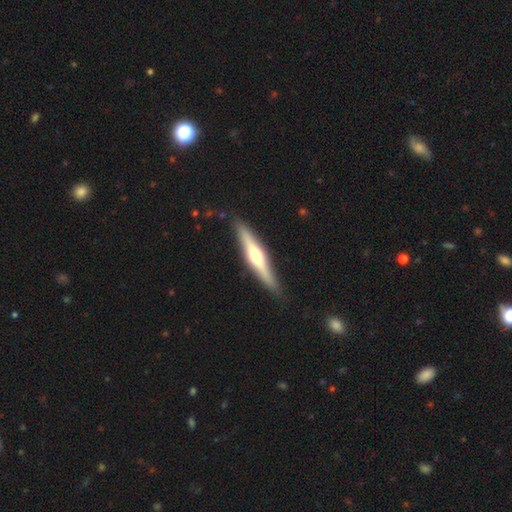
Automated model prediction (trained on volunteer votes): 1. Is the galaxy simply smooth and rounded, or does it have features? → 61% featured or disk, 34% smooth, 5% star or artifact.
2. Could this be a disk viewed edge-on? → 95% yes, 5% no.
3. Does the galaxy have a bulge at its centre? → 87% rounded, 7% boxy, 6% none.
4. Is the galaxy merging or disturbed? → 88% none, 9% minor disturbance, 2% major disturbance, 1% merger.